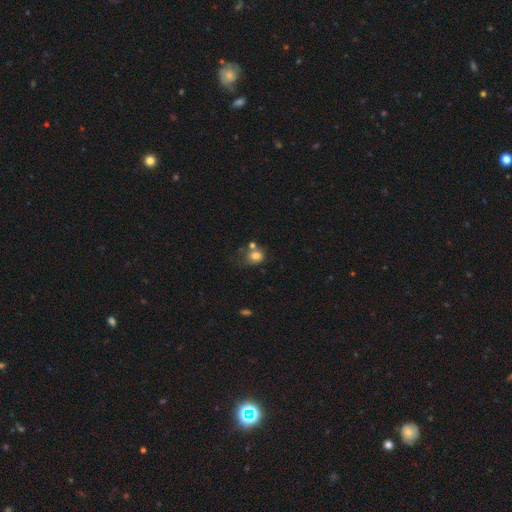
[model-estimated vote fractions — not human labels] Smooth or featured: smooth — 76% (featured or disk — 13%)
How rounded: round — 60% (in between — 39%)
Merging: none — 45% (merger — 25%)